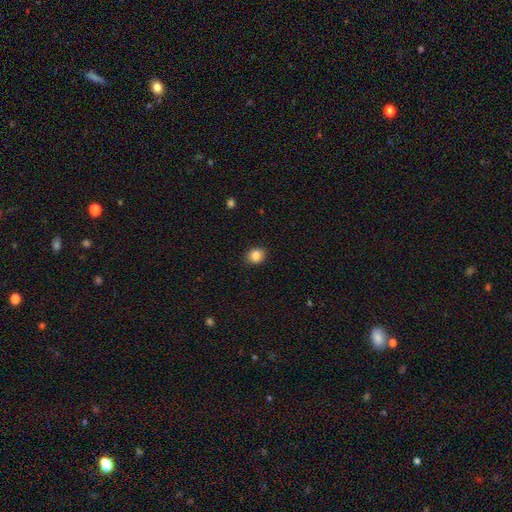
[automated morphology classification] A smooth galaxy with no disk features (84%) that is round (66%). Merging: none (90%).